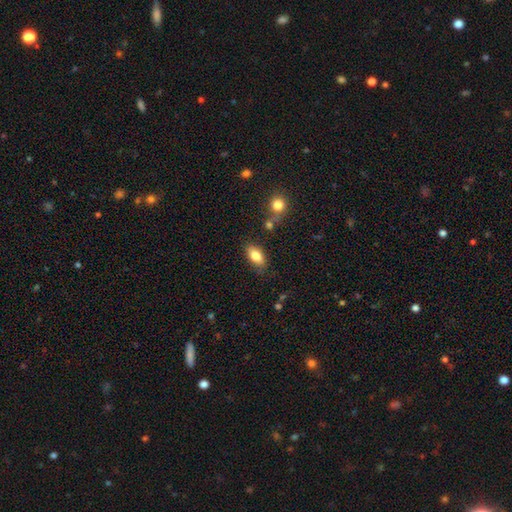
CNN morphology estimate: type=smooth (81%); roundness=in between (89%); merging=none (79%).